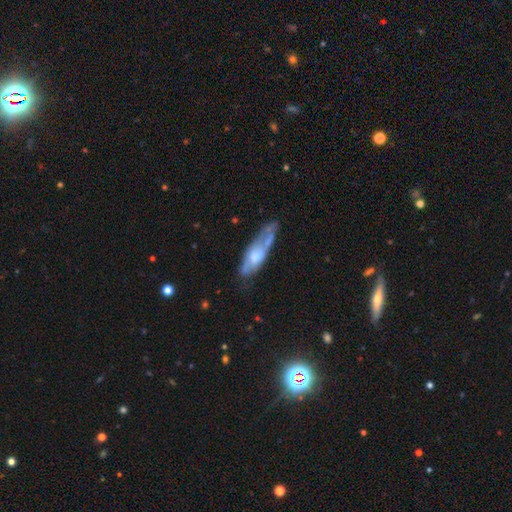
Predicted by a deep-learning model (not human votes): Smooth or featured: featured or disk — 48% (smooth — 45%)
Merging: none — 46% (minor disturbance — 31%)